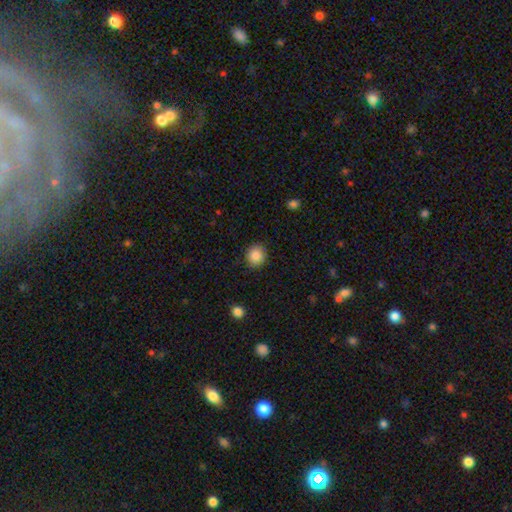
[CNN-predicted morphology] Smooth or featured? smooth (87%)
How rounded? round (82%)
Merging? none (88%)